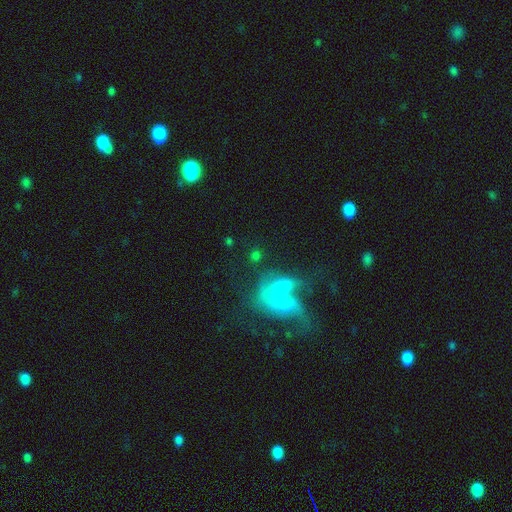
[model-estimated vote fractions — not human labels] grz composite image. It shows a smooth galaxy with no disk features (49%). Merging: merger (45%).